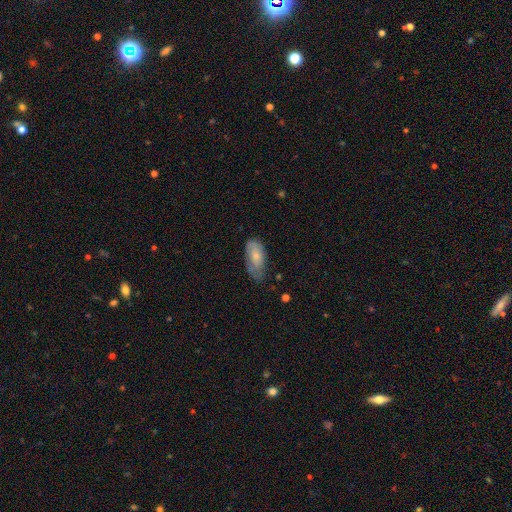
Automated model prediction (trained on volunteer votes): Smooth or featured: smooth — 73% (featured or disk — 21%)
How rounded: in between — 89% (cigar-shaped — 8%)
Merging: none — 46% (minor disturbance — 39%)